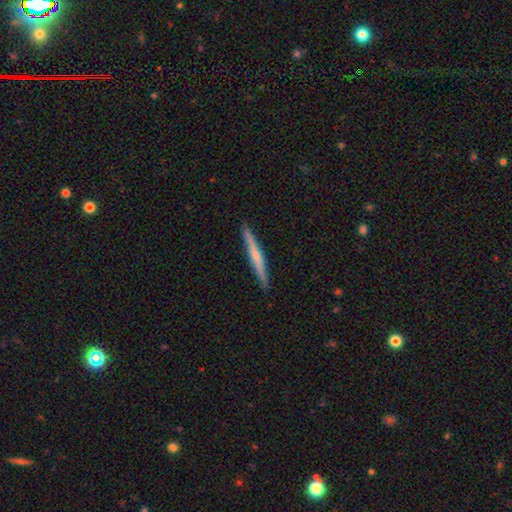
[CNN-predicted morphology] Overall: featured or disk (51%; smooth 44%). Edge-on disk: yes (98%). Merging: none (92%).